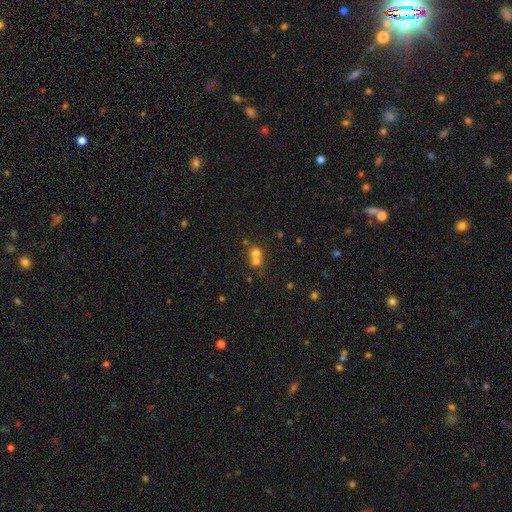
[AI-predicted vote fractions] Smooth or featured? Predicted: smooth (p=0.65). How rounded? Predicted: round (p=0.82). Merging? Predicted: merger (p=0.60).